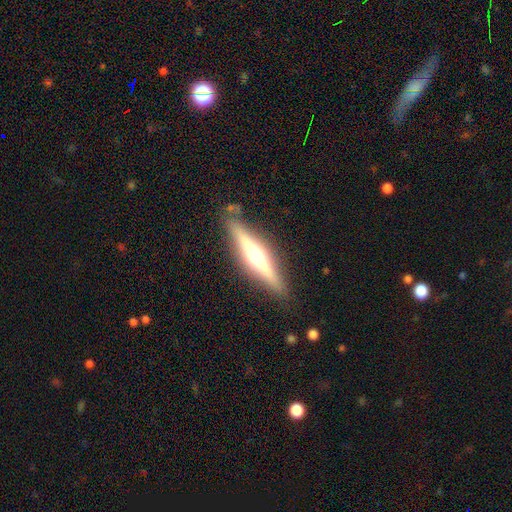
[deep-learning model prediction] Smooth or featured? Predicted: featured or disk (p=0.68). Edge-on disk? Predicted: yes (p=0.96). Edge-on bulge? Predicted: rounded (p=0.84). Merging? Predicted: none (p=0.86).